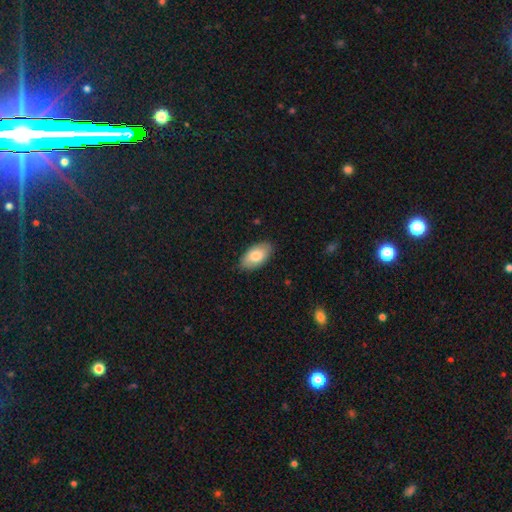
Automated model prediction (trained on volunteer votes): Morphology: type=smooth (80%); roundness=in between (95%); merging=none (85%).